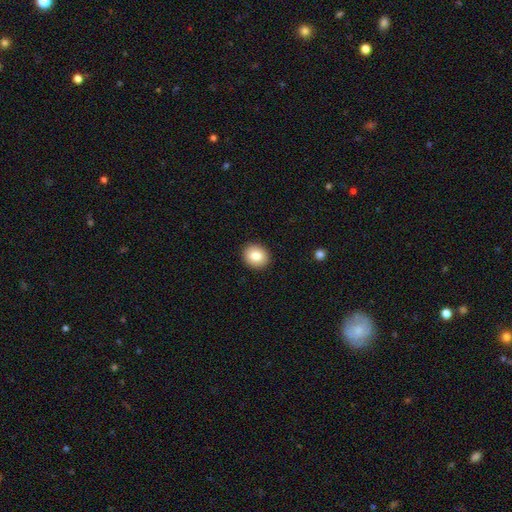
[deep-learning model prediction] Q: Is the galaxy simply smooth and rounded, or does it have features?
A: smooth — 84%.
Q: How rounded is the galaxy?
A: round — 76%.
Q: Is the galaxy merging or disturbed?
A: none — 92%.